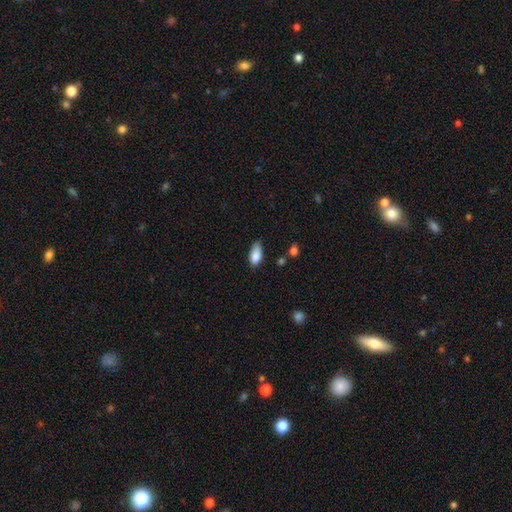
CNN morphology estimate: Smooth or featured? smooth (85%)
How rounded? in between (88%)
Merging? none (51%)